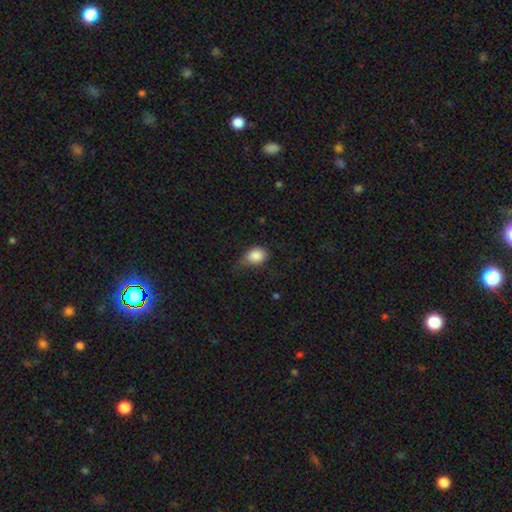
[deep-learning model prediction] A smooth galaxy with no disk features (85%) that is in between round and cigar-shaped (59%). Merging: none (44%).